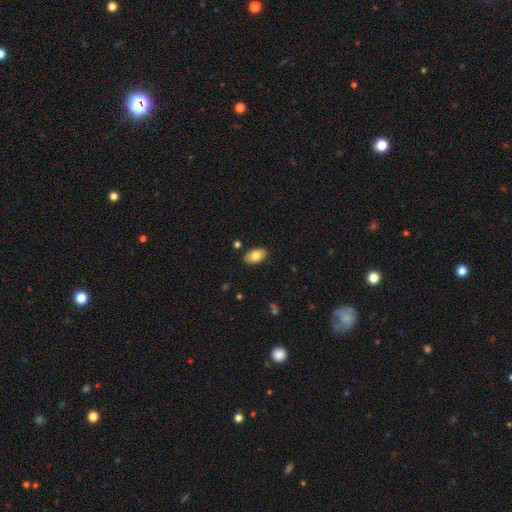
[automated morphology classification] smooth 79%, featured or disk 14%, star or artifact 7%. Down the decision tree: how rounded — in between (93%); merging — none (86%).